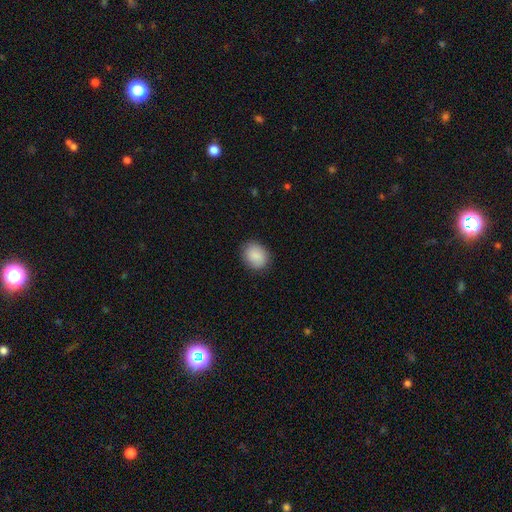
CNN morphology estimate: Smooth or featured? Predicted: smooth (p=0.89). How rounded? Predicted: round (p=0.50). Merging? Predicted: none (p=0.87).